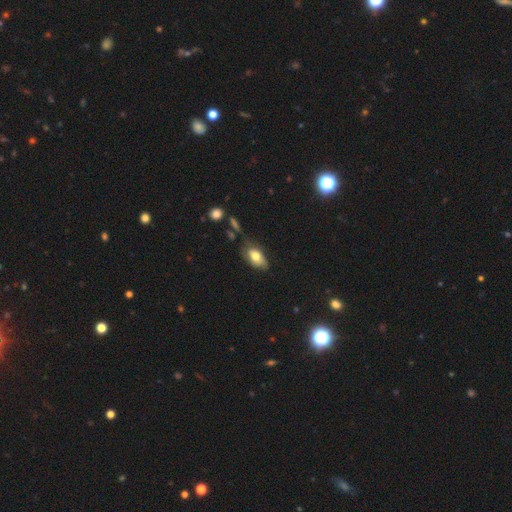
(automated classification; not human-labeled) Morphology: type=smooth (71%); roundness=in between (90%); merging=none (53%).